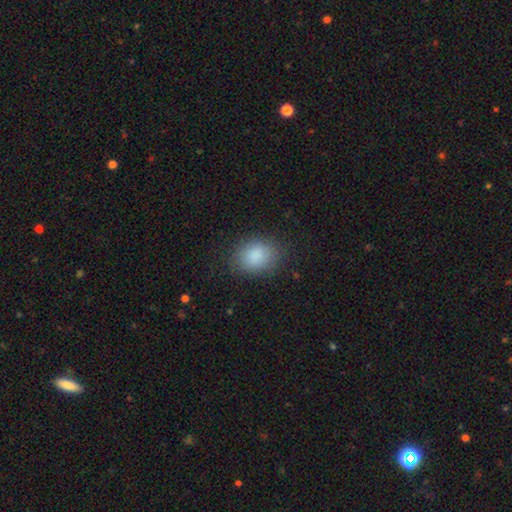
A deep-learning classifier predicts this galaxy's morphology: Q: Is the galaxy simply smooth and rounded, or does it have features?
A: smooth — 87%.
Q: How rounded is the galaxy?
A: in between — 60%.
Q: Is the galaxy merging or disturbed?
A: none — 82%.